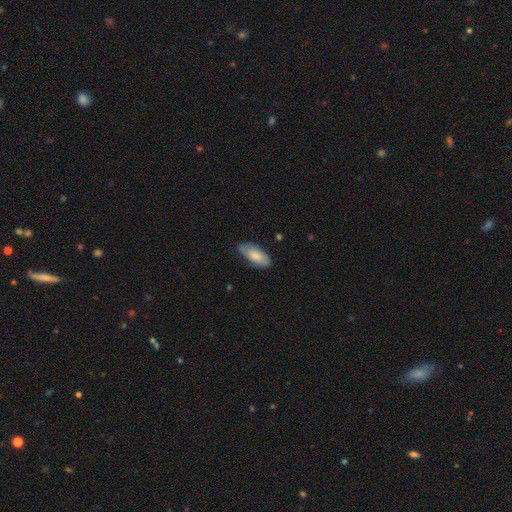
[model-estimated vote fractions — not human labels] Morphology: type=smooth (71%); roundness=in between (89%); merging=none (71%).